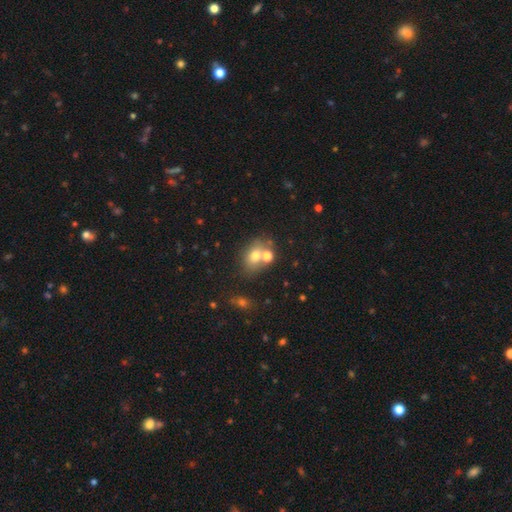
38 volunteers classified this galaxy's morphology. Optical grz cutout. It shows a smooth galaxy with no disk features (71%) that is round (52%). Merging: none (46%).